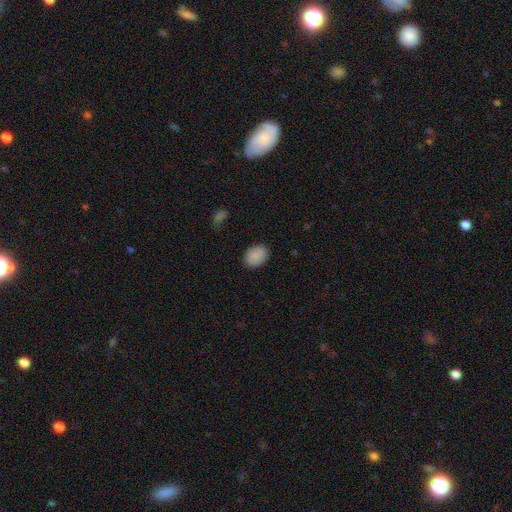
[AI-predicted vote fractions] smooth-or-featured: smooth: 89% | star or artifact: 8% | featured or disk: 4%
  how-rounded: in between: 72% | round: 27% | cigar-shaped: 1%
  merging: none: 87% | minor disturbance: 9% | major disturbance: 2% | merger: 1%